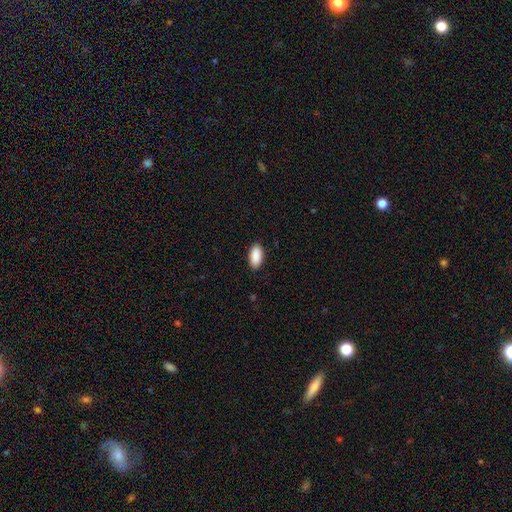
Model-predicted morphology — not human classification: Smooth or featured: smooth — 91% (star or artifact — 6%)
How rounded: in between — 94% (cigar-shaped — 4%)
Merging: none — 89% (minor disturbance — 8%)